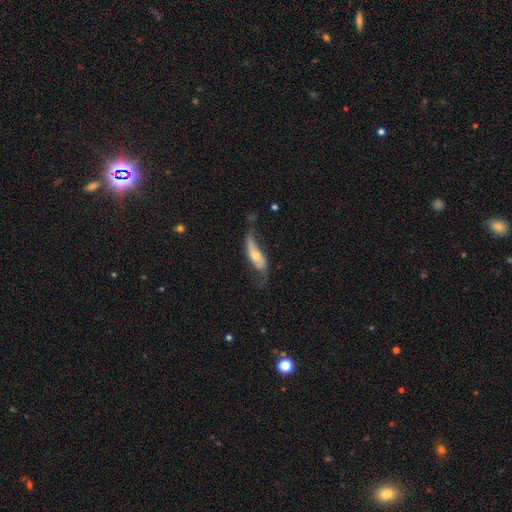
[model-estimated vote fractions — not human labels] Morphology: type=featured or disk (69%); edge-on=no (81%); bar=no (63%); spiral arms=yes (87%); bulge=moderate (48%); merging=none (50%).